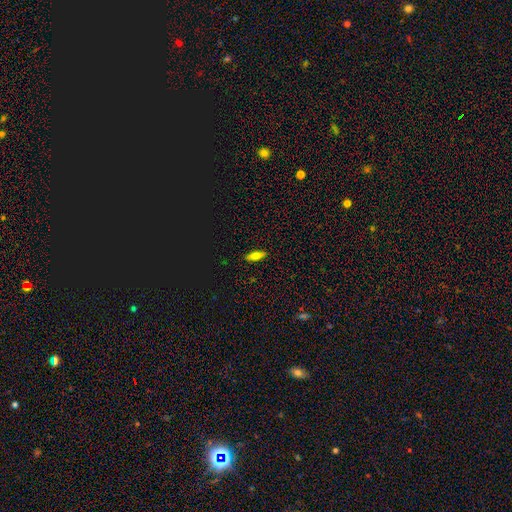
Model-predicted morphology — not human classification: The model was most divided on "how rounded": in between: 64%, cigar-shaped: 33%, round: 3%. More confident: merging — none (88%); smooth or featured — smooth (67%).